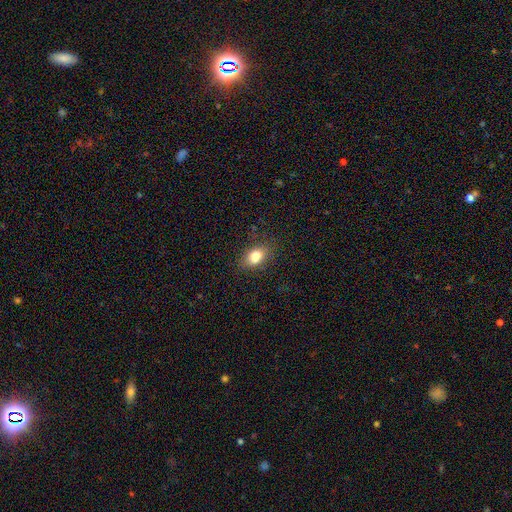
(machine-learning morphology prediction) A smooth galaxy with no disk features (79%) that is in between round and cigar-shaped (80%).

Vote fractions:
- Smooth or featured? smooth: 79% / featured or disk: 11% / star or artifact: 10%
- How rounded? in between: 80% / round: 17% / cigar-shaped: 3%
- Merging? none: 76% / minor disturbance: 17% / major disturbance: 5% / merger: 2%